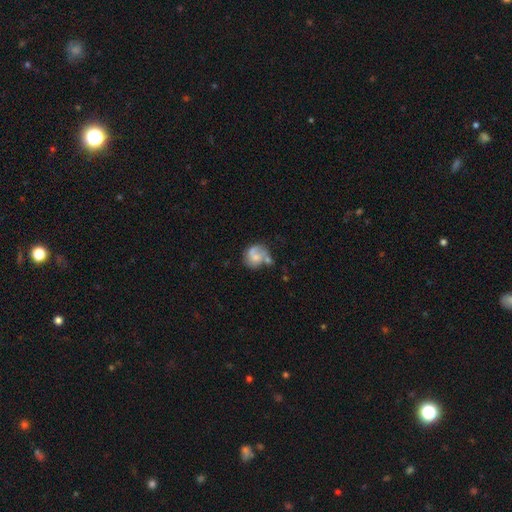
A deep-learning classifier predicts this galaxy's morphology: This appears to be a smooth galaxy with no disk features (49%). Merging: none (39%).